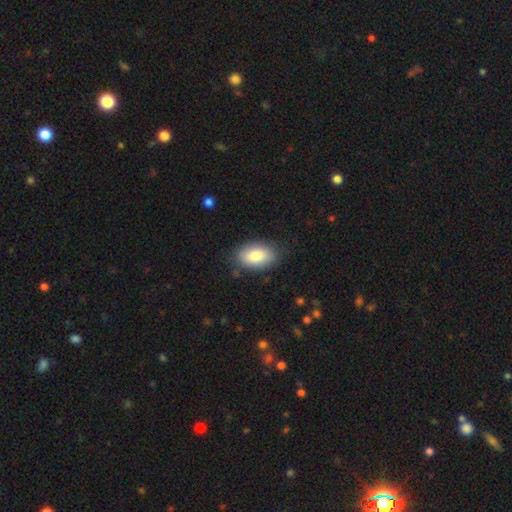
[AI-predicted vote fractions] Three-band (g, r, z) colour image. It shows a smooth galaxy with no disk features (83%) that is in between round and cigar-shaped (92%). Merging: none (83%).